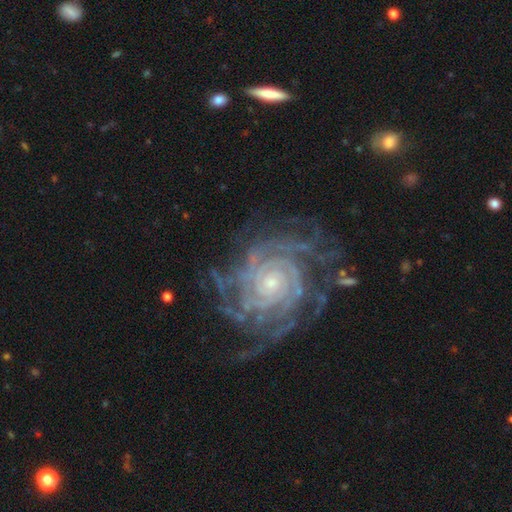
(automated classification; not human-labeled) Morphology: type=featured or disk (88%); edge-on=no (97%); bar=no (72%); spiral arms=yes (98%); winding=tight (75%); arm count=can't tell (24%); bulge=small (66%); merging=none (76%).